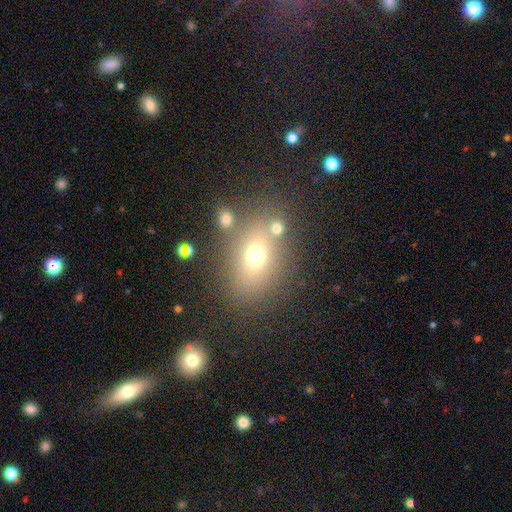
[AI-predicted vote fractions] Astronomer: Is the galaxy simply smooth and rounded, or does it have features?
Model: smooth — 66%.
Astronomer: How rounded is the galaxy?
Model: in between — 66%.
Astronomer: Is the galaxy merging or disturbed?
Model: none — 71%.